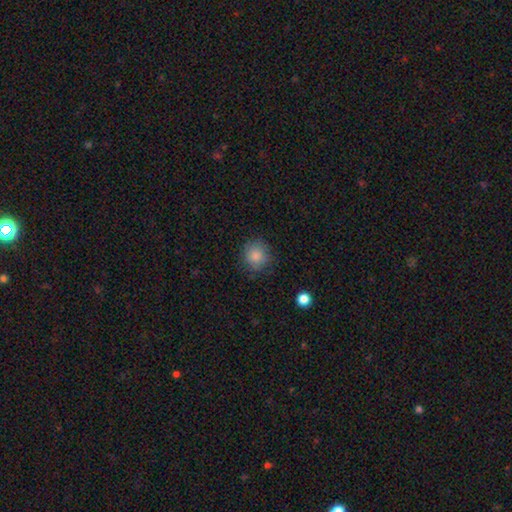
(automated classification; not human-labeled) Smooth or featured?
  - smooth: 85% *
  - star or artifact: 10%
  - featured or disk: 5%
How rounded?
  - round: 89% *
  - in between: 10%
  - cigar-shaped: 1%
Merging?
  - none: 83% *
  - minor disturbance: 12%
  - major disturbance: 4%
  - merger: 1%